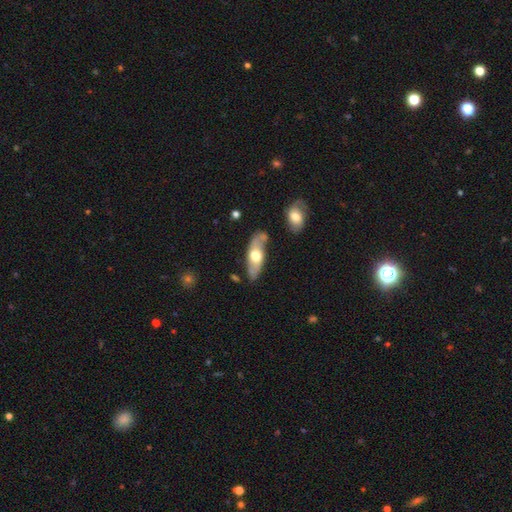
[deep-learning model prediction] featured or disk 50%, smooth 45%, star or artifact 5%. Down the decision tree: edge-on disk — no (62%); merging — none (71%).